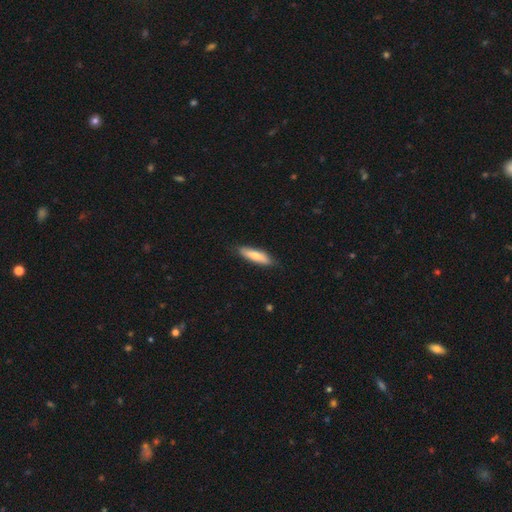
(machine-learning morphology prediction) The model was most divided on "how rounded": cigar-shaped: 66%, in between: 33%, round: 2%. More confident: merging — none (84%); smooth or featured — smooth (77%).